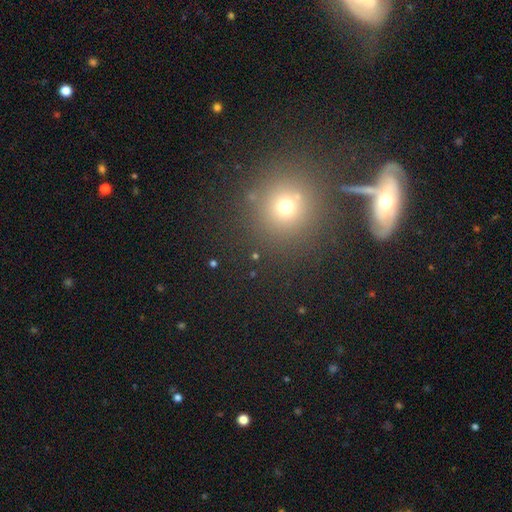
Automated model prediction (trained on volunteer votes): Smooth or featured?
  - smooth: 52% *
  - star or artifact: 37%
  - featured or disk: 10%
How rounded?
  - round: 89% *
  - in between: 9%
  - cigar-shaped: 2%
Merging?
  - none: 83% *
  - minor disturbance: 7%
  - merger: 6%
  - major disturbance: 4%